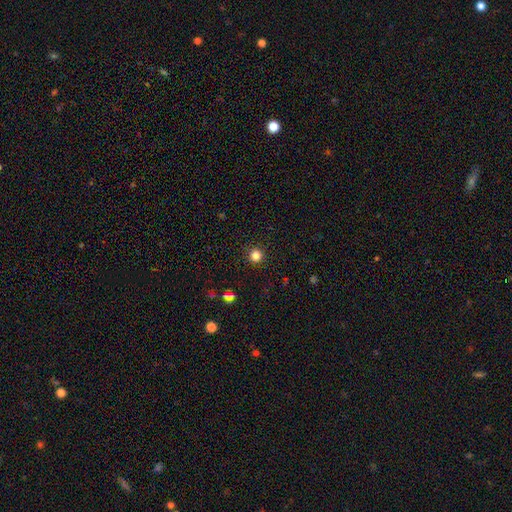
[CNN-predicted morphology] smooth_or_featured: smooth (p=0.82) [alt: star or artifact p=0.14]
how_rounded: round (p=0.96) [alt: in between p=0.03]
merging: none (p=0.93) [alt: minor disturbance p=0.04]